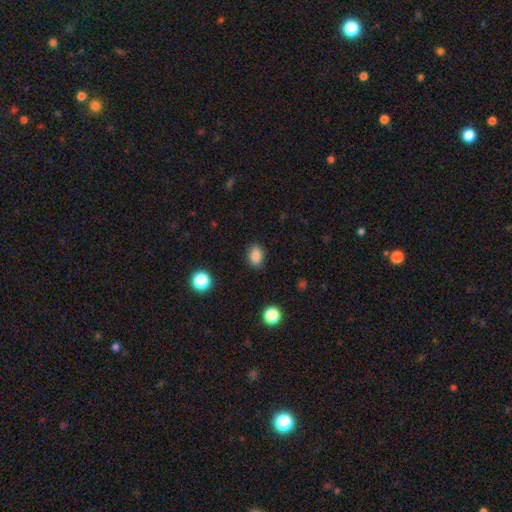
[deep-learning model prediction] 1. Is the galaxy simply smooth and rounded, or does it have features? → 85% smooth, 10% star or artifact, 4% featured or disk.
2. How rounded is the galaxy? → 77% in between, 22% round, 2% cigar-shaped.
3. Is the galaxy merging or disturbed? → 86% none, 10% minor disturbance, 3% major disturbance, 1% merger.